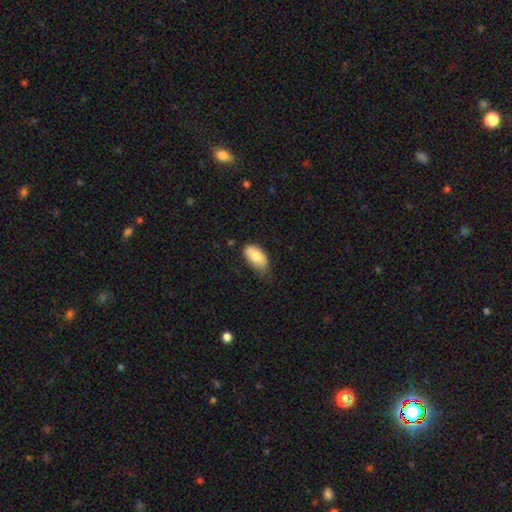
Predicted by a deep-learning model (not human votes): Morphology: type=smooth (81%); roundness=in between (94%); merging=none (57%).